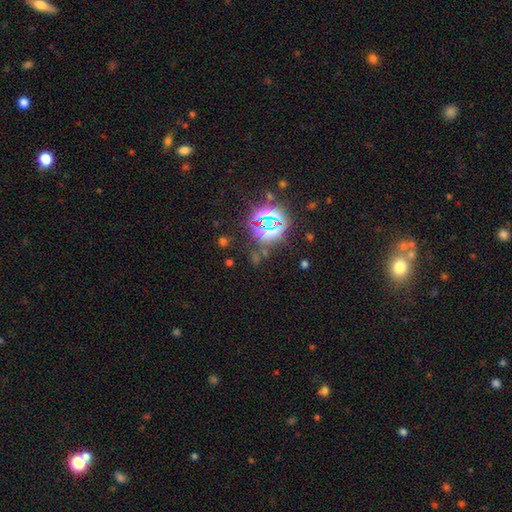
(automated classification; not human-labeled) smooth_or_featured: star or artifact (p=0.77) [alt: smooth p=0.15]